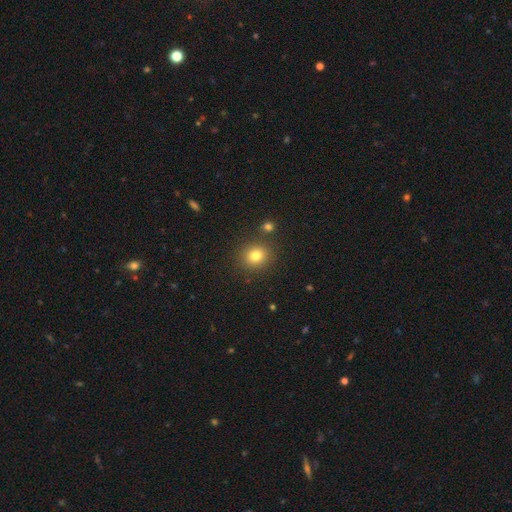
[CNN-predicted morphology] Smooth or featured? smooth (79%)
How rounded? round (84%)
Merging? none (84%)